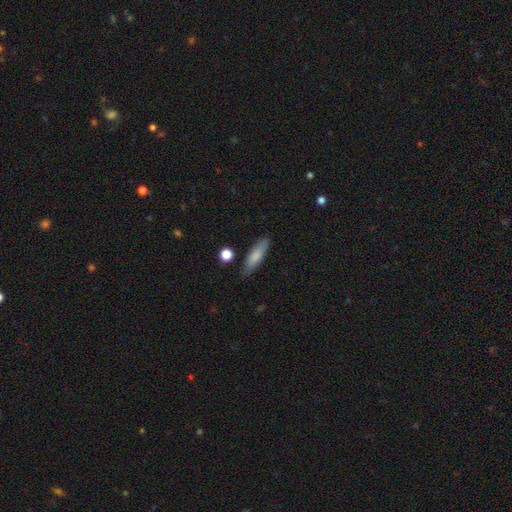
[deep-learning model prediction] Overall: smooth (79%). How rounded: cigar-shaped (59%; in between 38%). Merging: none (79%).